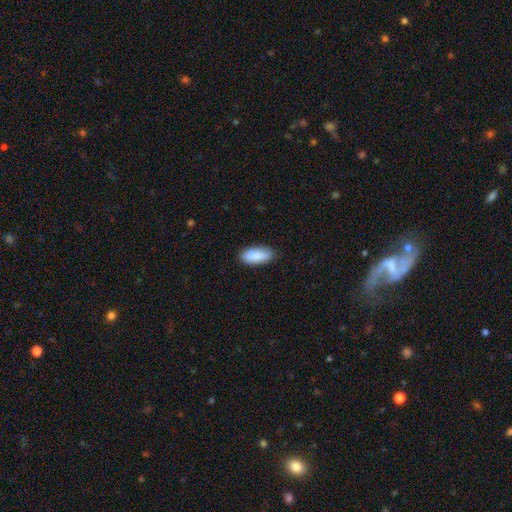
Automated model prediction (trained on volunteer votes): smooth_or_featured: smooth (p=0.87) [alt: featured or disk p=0.07]
how_rounded: in between (p=0.85) [alt: cigar-shaped p=0.13]
merging: none (p=0.84) [alt: minor disturbance p=0.13]